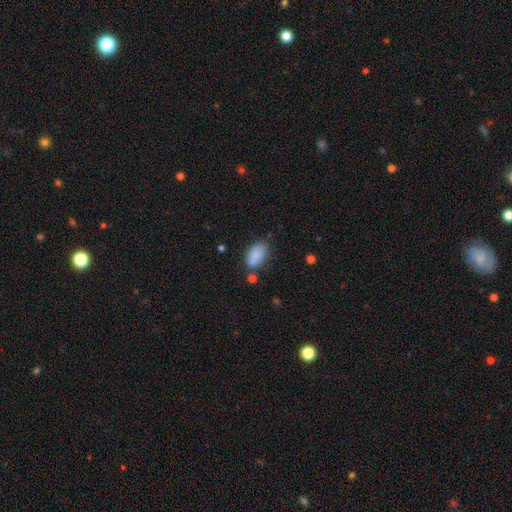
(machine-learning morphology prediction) Smooth or featured: smooth — 87% (star or artifact — 8%)
How rounded: in between — 93% (round — 5%)
Merging: none — 68% (minor disturbance — 21%)